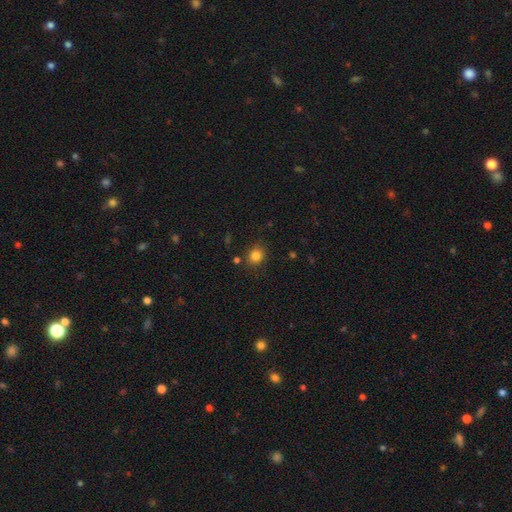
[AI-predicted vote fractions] A smooth galaxy with no disk features (83%) that is round (71%). Merging: none (83%).